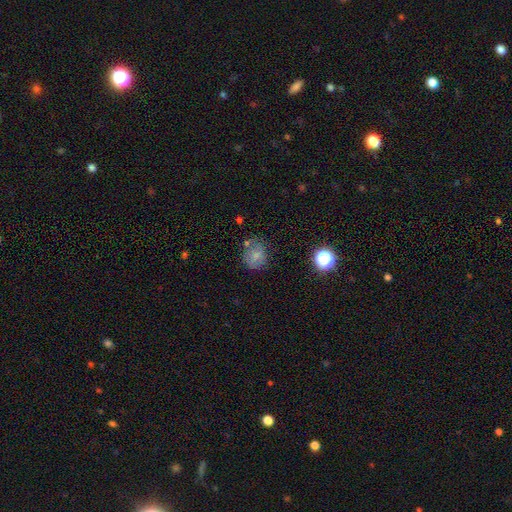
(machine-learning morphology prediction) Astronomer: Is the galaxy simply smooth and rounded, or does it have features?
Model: smooth — 68%.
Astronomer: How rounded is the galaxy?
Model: round — 73%.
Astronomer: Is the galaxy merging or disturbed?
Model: none — 62%.